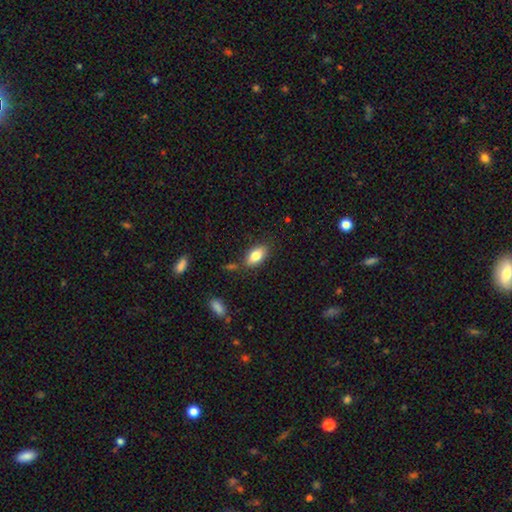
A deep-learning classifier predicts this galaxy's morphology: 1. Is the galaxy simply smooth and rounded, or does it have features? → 82% smooth, 11% featured or disk, 7% star or artifact.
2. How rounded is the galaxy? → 90% in between, 6% cigar-shaped, 4% round.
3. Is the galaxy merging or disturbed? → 80% none, 13% minor disturbance, 4% merger, 3% major disturbance.